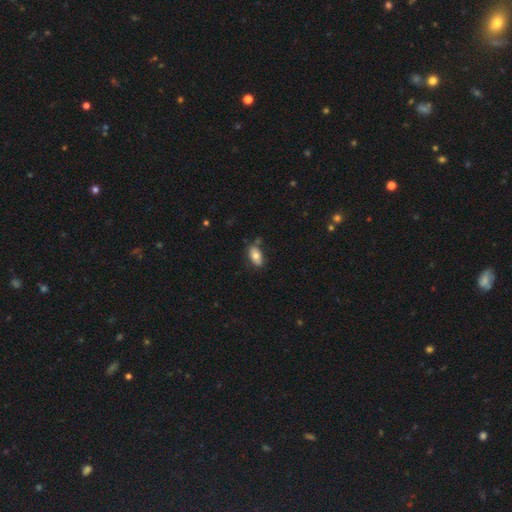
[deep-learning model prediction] A smooth galaxy with no disk features (72%) that is in between round and cigar-shaped (90%).

Vote fractions:
- Smooth or featured? smooth: 72% / featured or disk: 20% / star or artifact: 7%
- How rounded? in between: 90% / cigar-shaped: 5% / round: 5%
- Merging? none: 72% / minor disturbance: 19% / merger: 5% / major disturbance: 4%